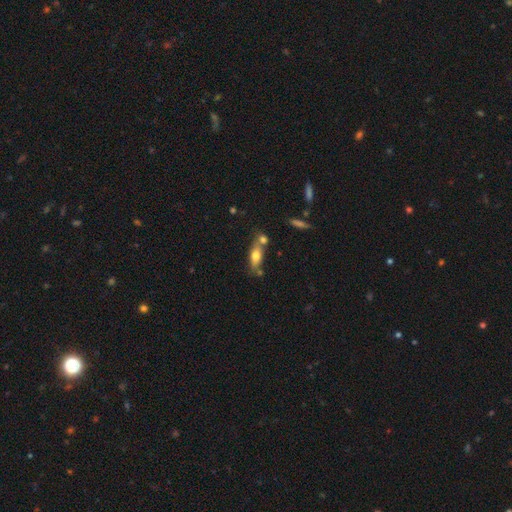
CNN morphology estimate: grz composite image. It shows a smooth galaxy with no disk features (68%) that is in between round and cigar-shaped (67%). Merging: none (51%).